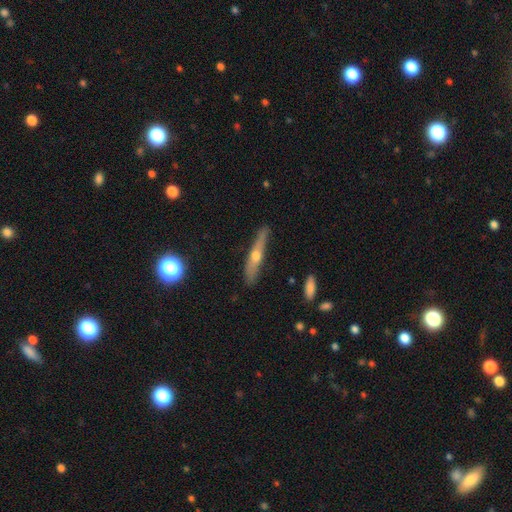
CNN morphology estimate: Smooth or featured?
  - featured or disk: 62% *
  - smooth: 30%
  - star or artifact: 8%
Edge-on disk?
  - yes: 93% *
  - no: 7%
Edge-on bulge?
  - rounded: 90% *
  - none: 8%
  - boxy: 3%
Merging?
  - none: 84% *
  - minor disturbance: 12%
  - major disturbance: 2%
  - merger: 2%